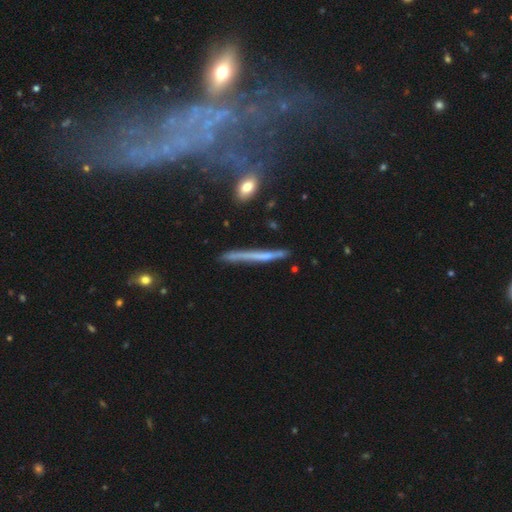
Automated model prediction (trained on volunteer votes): Q: Smooth or featured?
A: featured or disk (56%); runner-up: smooth (28%)
Q: Edge-on disk?
A: yes (73%); runner-up: no (27%)
Q: Merging?
A: none (76%); runner-up: minor disturbance (13%)